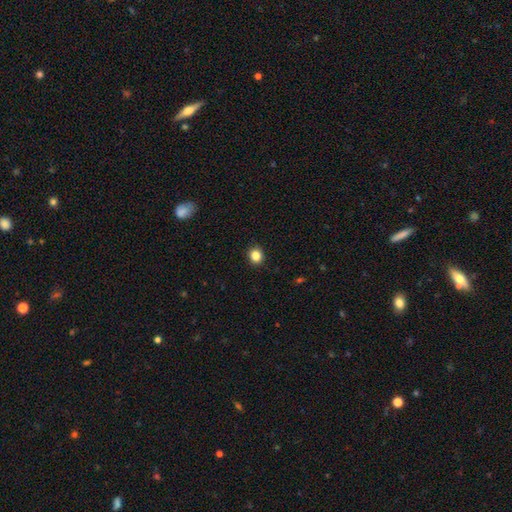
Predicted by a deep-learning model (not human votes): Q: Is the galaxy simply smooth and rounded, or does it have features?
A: smooth — 85%.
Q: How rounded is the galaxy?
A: round — 80%.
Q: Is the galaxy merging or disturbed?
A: none — 92%.